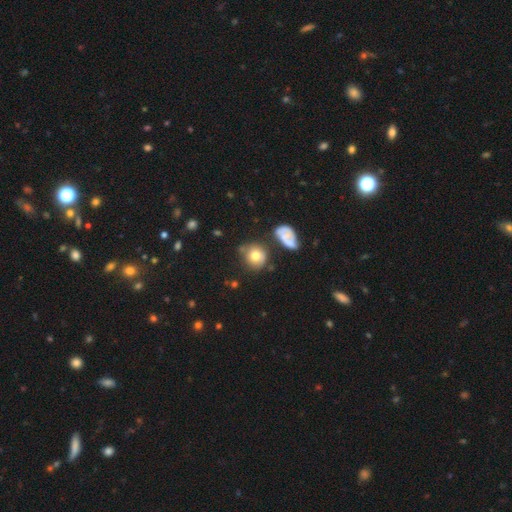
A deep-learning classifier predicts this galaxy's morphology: Smooth or featured?
  - smooth: 73% *
  - featured or disk: 18%
  - star or artifact: 10%
How rounded?
  - round: 82% *
  - in between: 17%
  - cigar-shaped: 1%
Merging?
  - none: 59% *
  - minor disturbance: 21%
  - merger: 12%
  - major disturbance: 8%